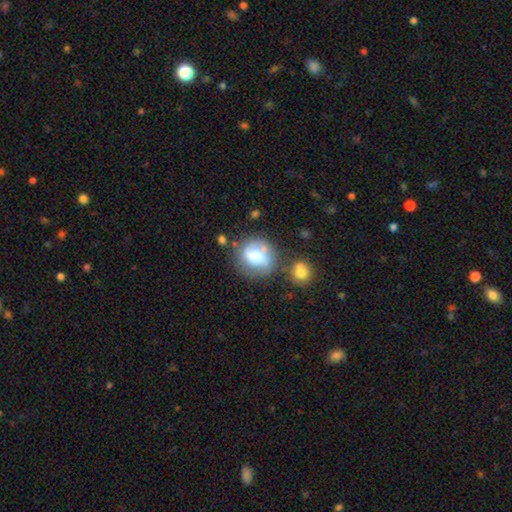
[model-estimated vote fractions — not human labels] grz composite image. It shows a smooth galaxy with no disk features (52%) that is round (74%). Merging: none (46%).